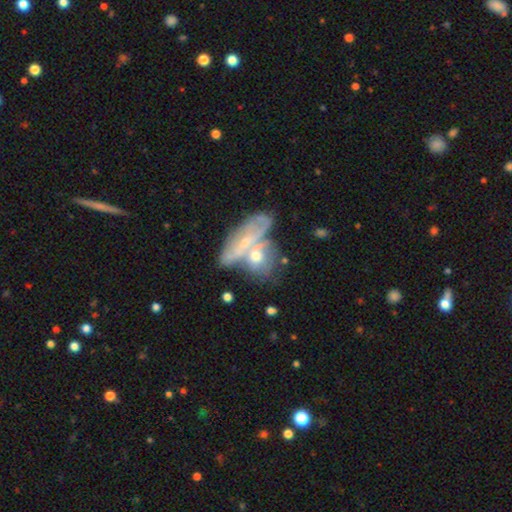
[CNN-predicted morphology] smooth-or-featured: featured or disk: 47% | smooth: 43% | star or artifact: 10%
  merging: merger: 54% | none: 26% | minor disturbance: 12% | major disturbance: 9%